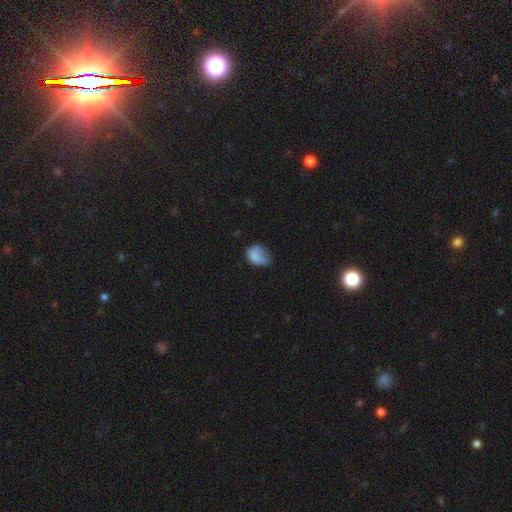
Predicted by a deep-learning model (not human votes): Smooth or featured: smooth — 80% (featured or disk — 11%)
How rounded: in between — 71% (round — 28%)
Merging: minor disturbance — 44% (none — 36%)